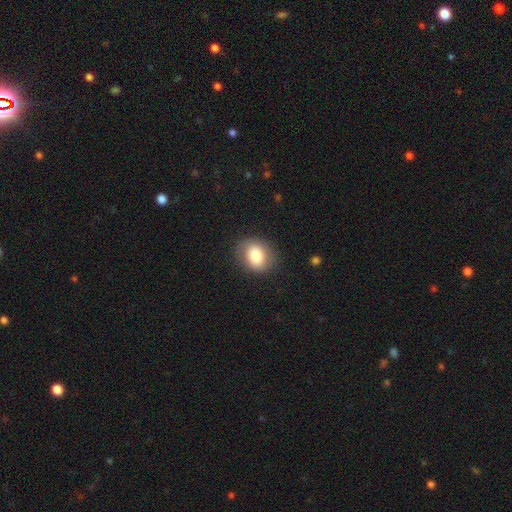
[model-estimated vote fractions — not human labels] A smooth galaxy with no disk features (79%) that is round (51%).

Vote fractions:
- Smooth or featured? smooth: 79% / featured or disk: 13% / star or artifact: 8%
- How rounded? round: 51% / in between: 48% / cigar-shaped: 1%
- Merging? none: 82% / minor disturbance: 13% / major disturbance: 4% / merger: 1%